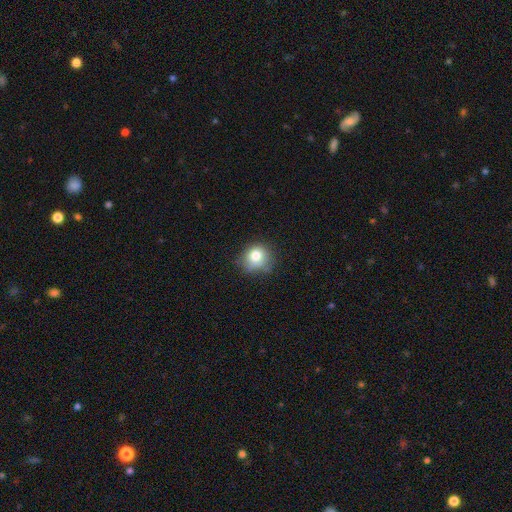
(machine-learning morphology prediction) Overall: smooth (78%). How rounded: round (79%). Merging: none (62%; minor disturbance 28%).